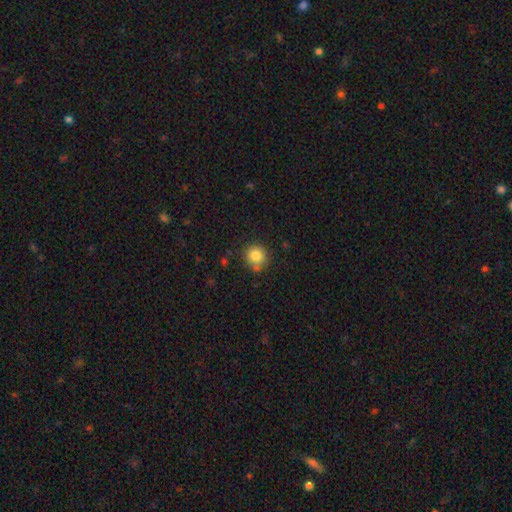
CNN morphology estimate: Smooth or featured? Predicted: smooth (p=0.83). How rounded? Predicted: round (p=0.90). Merging? Predicted: none (p=0.79).